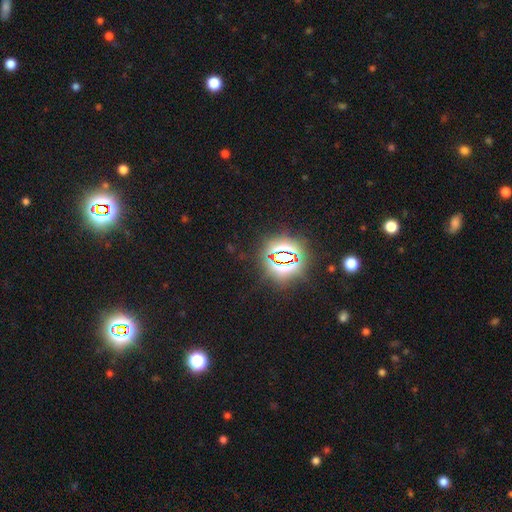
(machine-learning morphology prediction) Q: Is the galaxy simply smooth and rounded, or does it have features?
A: star or artifact — 81%.